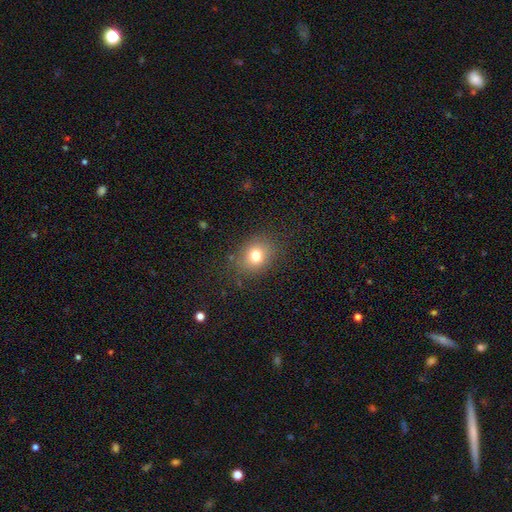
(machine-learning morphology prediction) Q: Smooth or featured?
A: smooth (75%); runner-up: star or artifact (14%)
Q: How rounded?
A: round (61%); runner-up: in between (38%)
Q: Merging?
A: none (84%); runner-up: minor disturbance (11%)